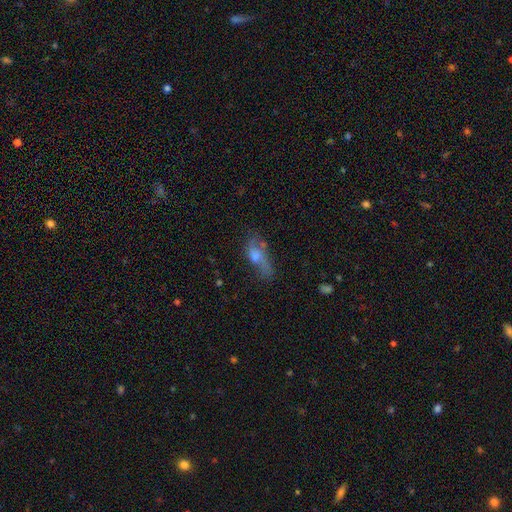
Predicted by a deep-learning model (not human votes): Q: Smooth or featured?
A: smooth (45%); runner-up: featured or disk (44%)
Q: Merging?
A: none (43%); runner-up: minor disturbance (29%)